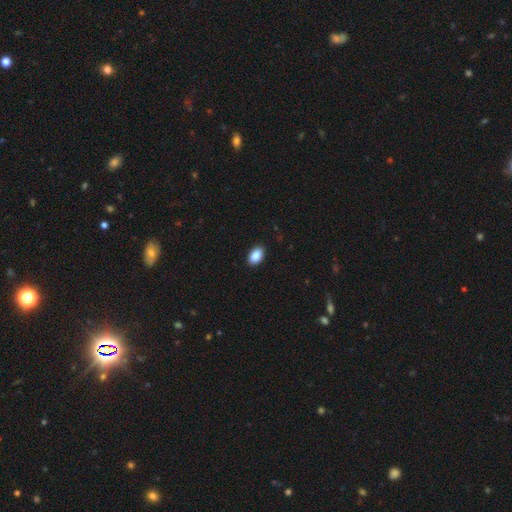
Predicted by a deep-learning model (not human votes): The model was most divided on "smooth or featured": smooth: 90%, star or artifact: 7%, featured or disk: 3%. More confident: how rounded — in between (92%); merging — none (90%).